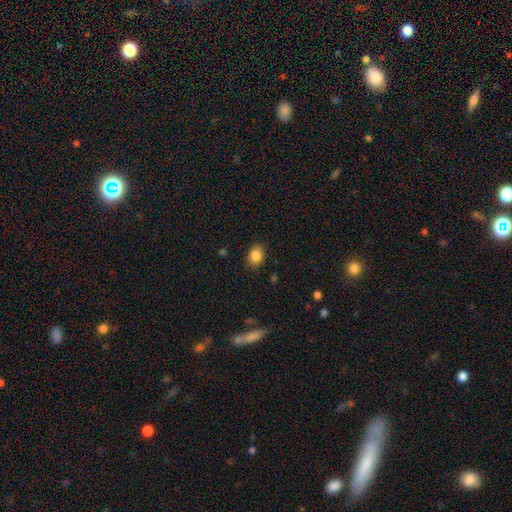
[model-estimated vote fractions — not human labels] Overall: smooth (86%). How rounded: in between (69%; round 30%). Merging: none (86%).